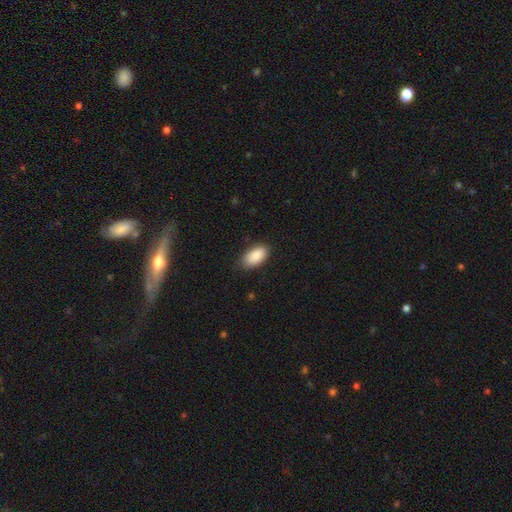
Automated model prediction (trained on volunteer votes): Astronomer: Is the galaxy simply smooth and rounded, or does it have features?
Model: smooth — 89%.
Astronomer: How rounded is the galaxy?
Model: in between — 94%.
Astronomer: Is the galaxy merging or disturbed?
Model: none — 79%.